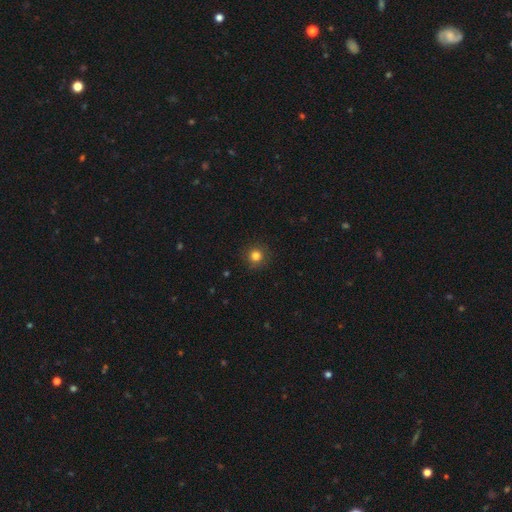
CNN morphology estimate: A smooth galaxy with no disk features (82%) that is round (94%). Merging: none (88%).